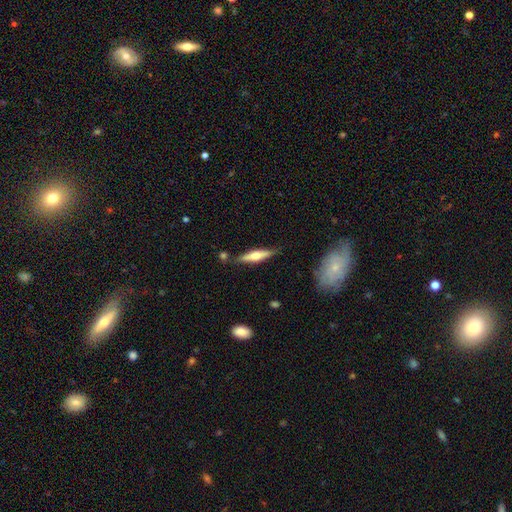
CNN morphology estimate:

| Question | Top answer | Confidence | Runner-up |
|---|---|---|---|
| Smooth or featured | featured or disk | 57% | smooth (38%) |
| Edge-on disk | yes | 94% | no (6%) |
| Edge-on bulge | rounded | 91% | boxy (5%) |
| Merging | none | 81% | minor disturbance (12%) |